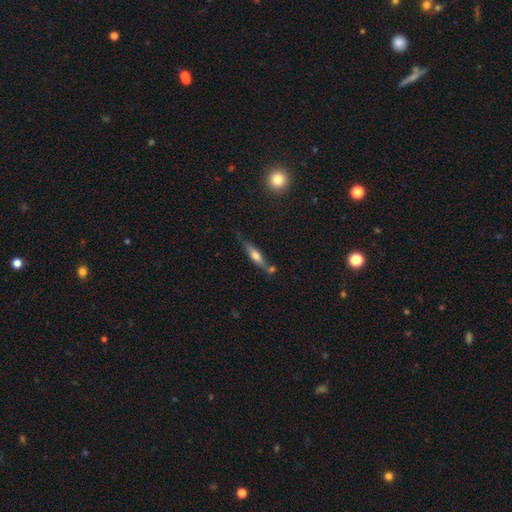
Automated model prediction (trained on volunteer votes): The model was most divided on "smooth or featured": smooth: 52%, featured or disk: 40%, star or artifact: 8%. More confident: how rounded — cigar-shaped (73%); merging — none (61%).